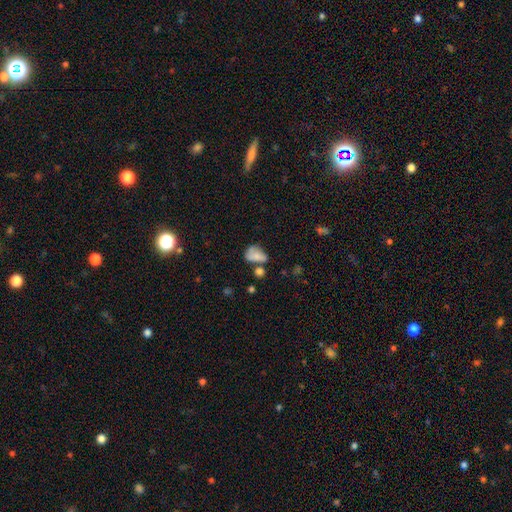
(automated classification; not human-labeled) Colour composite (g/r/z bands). It shows a smooth galaxy with no disk features (69%) that is in between round and cigar-shaped (79%). Merging: none (31%).